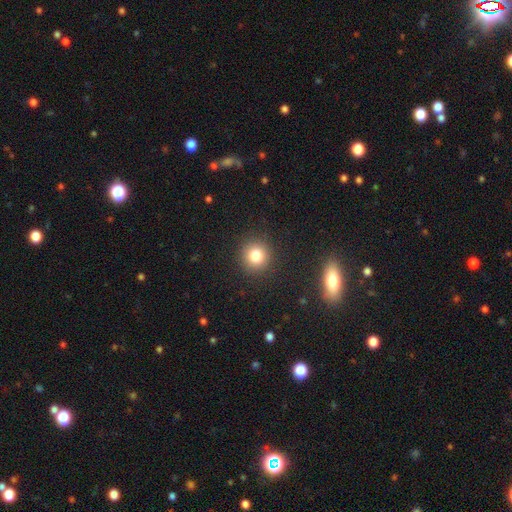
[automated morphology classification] This appears to be a smooth galaxy with no disk features (80%) that is round (93%). Merging: none (91%).